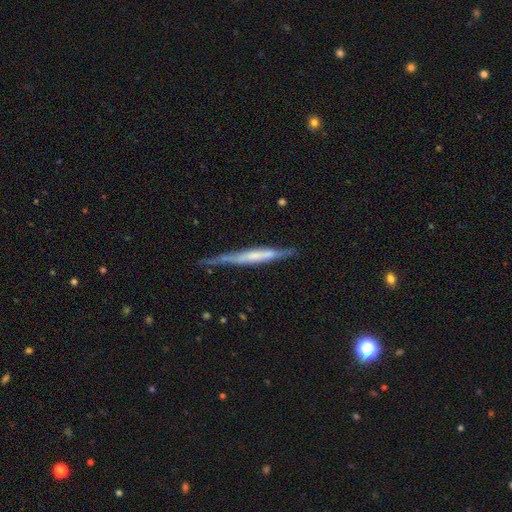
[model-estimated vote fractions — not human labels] smooth_or_featured: featured or disk (p=0.63) [alt: smooth p=0.31]
disk_edge_on: yes (p=0.94) [alt: no p=0.06]
edge_on_bulge: none (p=0.53) [alt: boxy p=0.26]
merging: none (p=0.72) [alt: minor disturbance p=0.21]